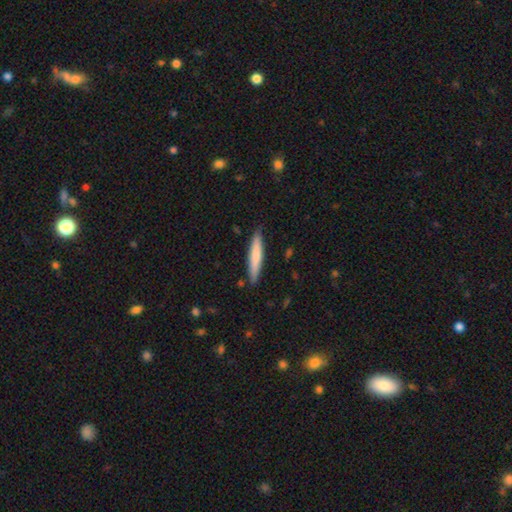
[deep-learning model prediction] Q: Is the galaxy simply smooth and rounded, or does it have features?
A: smooth — 72%.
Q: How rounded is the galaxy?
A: cigar-shaped — 91%.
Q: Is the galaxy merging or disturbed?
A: none — 87%.